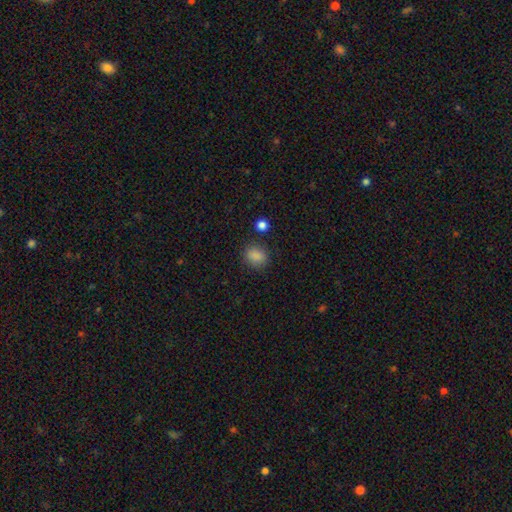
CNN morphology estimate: Smooth or featured: smooth — 84% (star or artifact — 11%)
How rounded: round — 53% (in between — 46%)
Merging: none — 80% (minor disturbance — 13%)